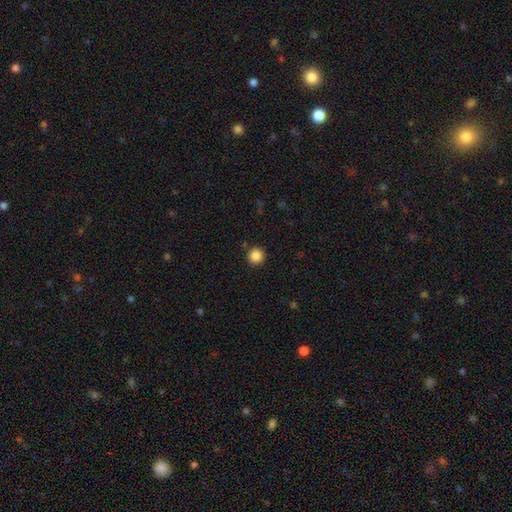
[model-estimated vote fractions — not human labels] Overall: smooth (86%). How rounded: round (95%). Merging: none (92%).